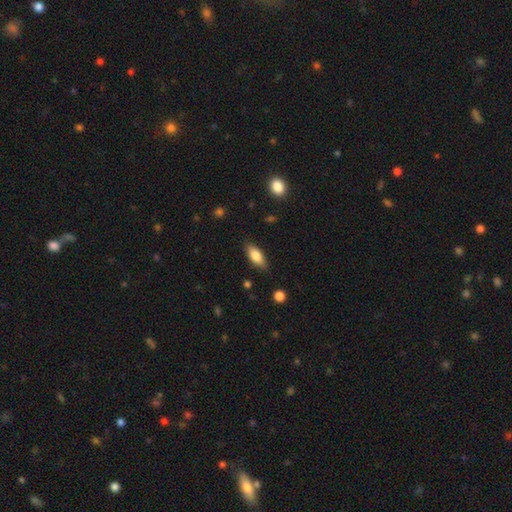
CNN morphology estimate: Q: Smooth or featured?
A: smooth (78%); runner-up: featured or disk (15%)
Q: How rounded?
A: in between (78%); runner-up: cigar-shaped (19%)
Q: Merging?
A: none (84%); runner-up: minor disturbance (12%)